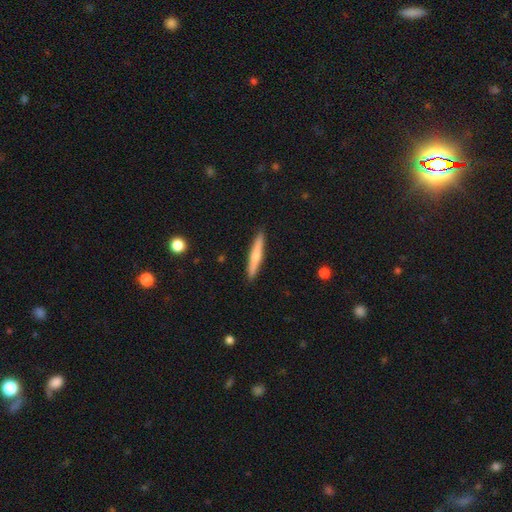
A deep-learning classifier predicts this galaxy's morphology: A smooth galaxy with no disk features (60%) that is cigar-shaped (94%).

Vote fractions:
- Smooth or featured? smooth: 60% / featured or disk: 35% / star or artifact: 5%
- How rounded? cigar-shaped: 94% / in between: 5% / round: 1%
- Merging? none: 91% / minor disturbance: 6% / major disturbance: 1% / merger: 1%